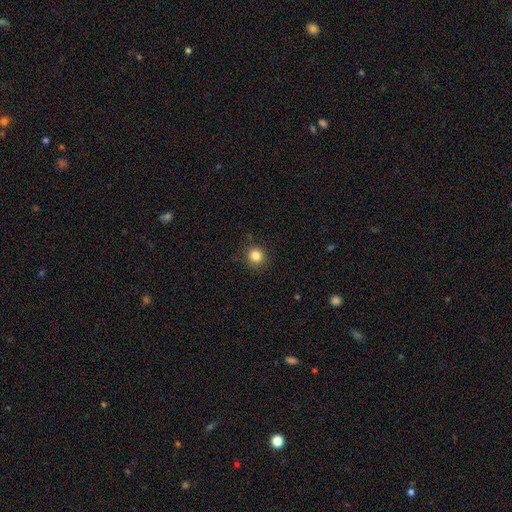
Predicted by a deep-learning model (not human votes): smooth-or-featured: smooth: 84% | star or artifact: 11% | featured or disk: 5%
  how-rounded: round: 91% | in between: 8% | cigar-shaped: 1%
  merging: none: 88% | minor disturbance: 8% | major disturbance: 2% | merger: 1%